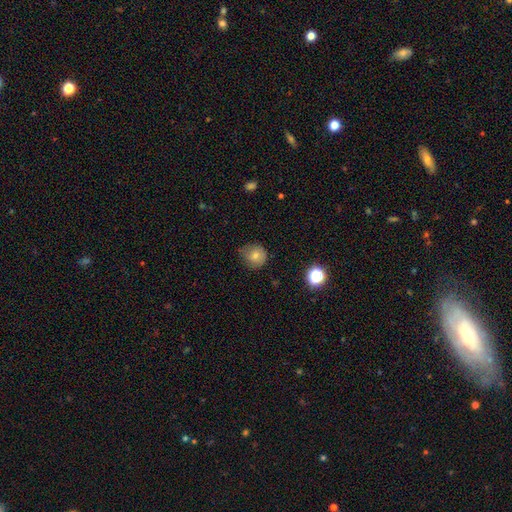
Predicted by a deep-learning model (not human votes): This appears to be a smooth galaxy with no disk features (77%) that is round (88%). Merging: none (68%).